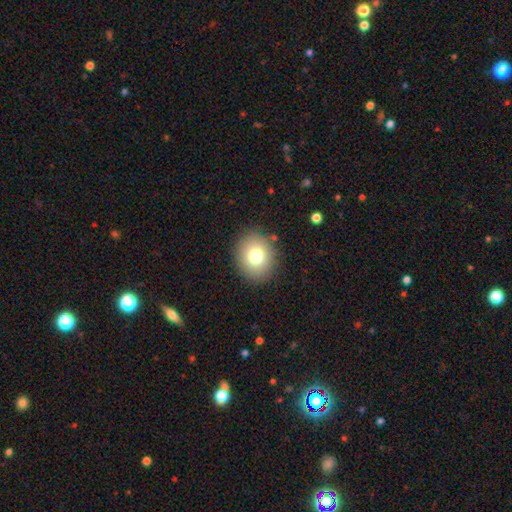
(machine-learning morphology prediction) Smooth or featured? Predicted: smooth (p=0.77). How rounded? Predicted: round (p=0.71). Merging? Predicted: none (p=0.88).